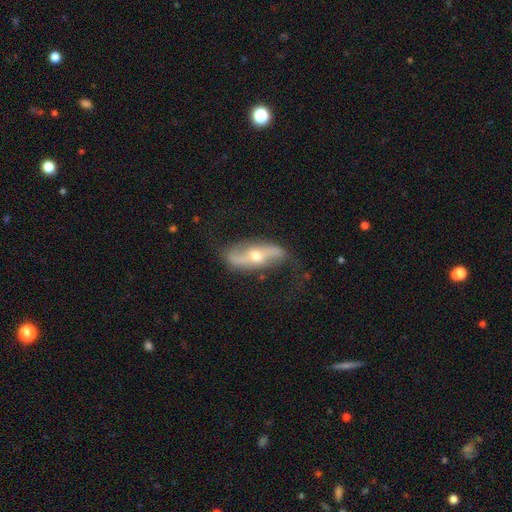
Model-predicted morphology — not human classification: Smooth or featured?
  - featured or disk: 81% *
  - smooth: 13%
  - star or artifact: 6%
Edge-on disk?
  - no: 83% *
  - yes: 17%
Bar?
  - strong: 40% *
  - no: 36%
  - weak: 24%
Spiral arms?
  - yes: 89% *
  - no: 11%
Spiral winding?
  - loose: 79% *
  - medium: 15%
  - tight: 6%
Spiral arm count?
  - 2: 91% *
  - can't tell: 3%
  - 1: 2%
  - 3: 1%
  - 4: 1%
  - more than 4: 1%
Bulge size?
  - moderate: 62% *
  - small: 32%
  - large: 3%
  - dominant: 1%
  - none: 1%
Merging?
  - none: 67% *
  - minor disturbance: 19%
  - major disturbance: 11%
  - merger: 2%